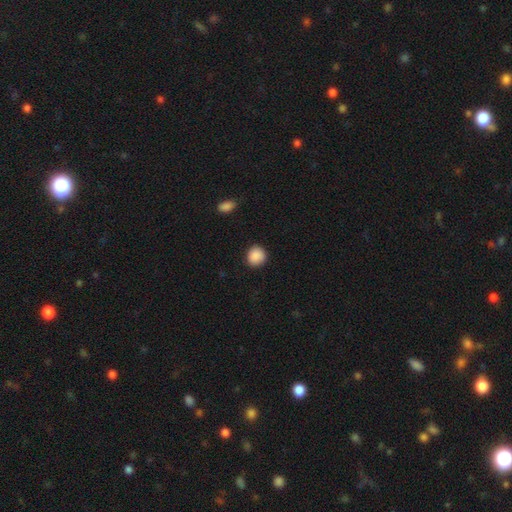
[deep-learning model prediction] Smooth or featured?
  - smooth: 90% *
  - star or artifact: 8%
  - featured or disk: 3%
How rounded?
  - round: 88% *
  - in between: 11%
  - cigar-shaped: 1%
Merging?
  - none: 89% *
  - minor disturbance: 7%
  - major disturbance: 2%
  - merger: 1%